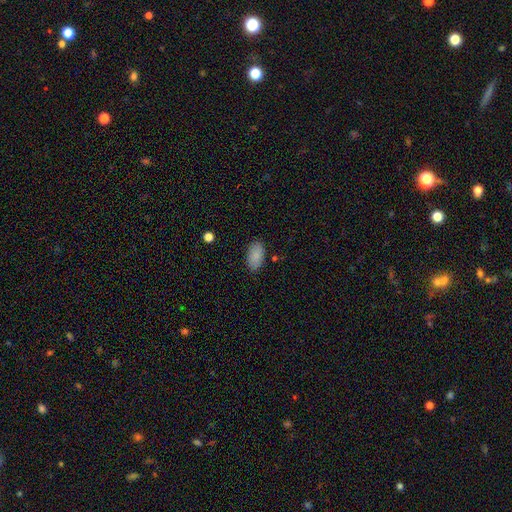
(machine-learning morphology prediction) Smooth or featured: smooth — 88% (star or artifact — 7%)
How rounded: in between — 95% (round — 3%)
Merging: none — 86% (minor disturbance — 10%)